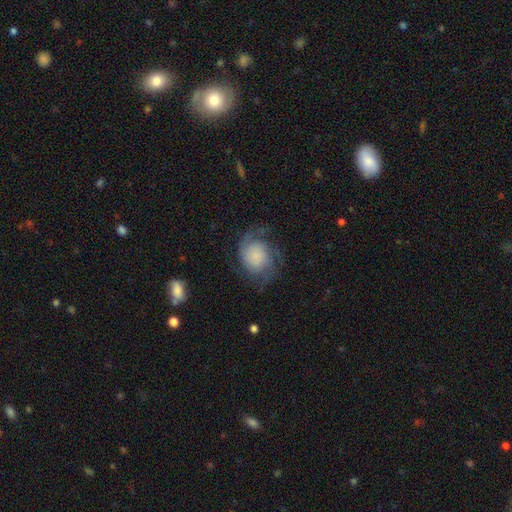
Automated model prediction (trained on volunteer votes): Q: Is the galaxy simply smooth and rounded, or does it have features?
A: featured or disk — 62%.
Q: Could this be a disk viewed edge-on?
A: no — 98%.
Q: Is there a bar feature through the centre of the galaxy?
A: no — 77%.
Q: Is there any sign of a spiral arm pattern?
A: yes — 92%.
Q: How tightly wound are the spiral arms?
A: medium — 42%.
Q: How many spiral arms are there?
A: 2 — 55%.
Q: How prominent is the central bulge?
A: small — 31%.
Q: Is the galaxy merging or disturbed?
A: none — 61%.